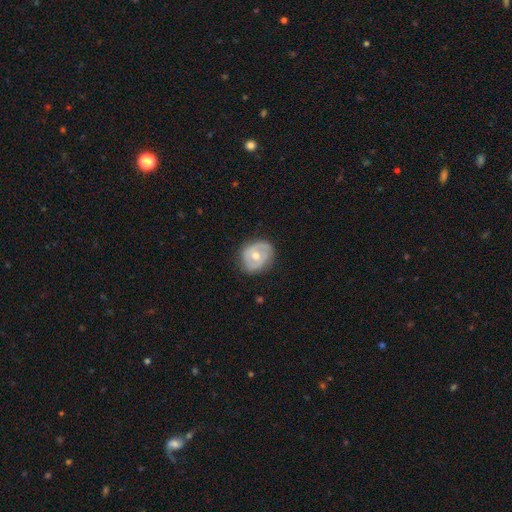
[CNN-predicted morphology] Q: Smooth or featured?
A: featured or disk (56%); runner-up: smooth (38%)
Q: Edge-on disk?
A: no (96%); runner-up: yes (4%)
Q: Bar?
A: no (62%); runner-up: weak (29%)
Q: Spiral arms?
A: yes (50%); tied with: no (50%)
Q: Bulge size?
A: moderate (71%); runner-up: small (24%)
Q: Merging?
A: none (75%); runner-up: minor disturbance (19%)